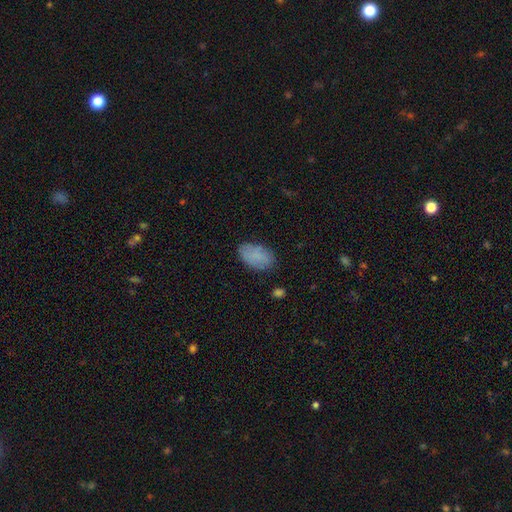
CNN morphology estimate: The model was most divided on "merging": none: 79%, minor disturbance: 16%, major disturbance: 4%, merger: 2%. More confident: how rounded — in between (93%); smooth or featured — smooth (83%).